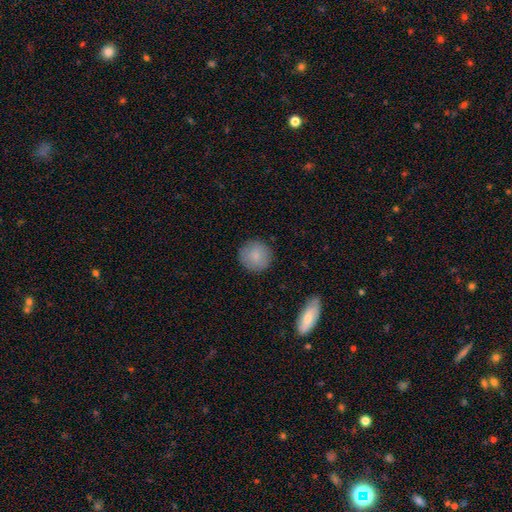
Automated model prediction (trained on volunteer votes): Morphology: type=smooth (85%); roundness=round (93%); merging=none (90%).